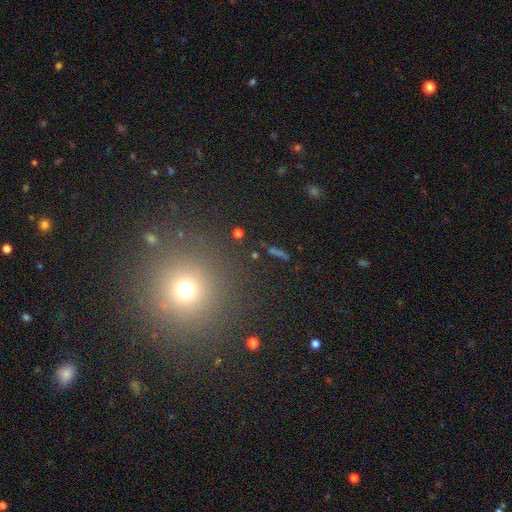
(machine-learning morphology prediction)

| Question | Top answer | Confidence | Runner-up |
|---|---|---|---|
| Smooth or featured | smooth | 58% | star or artifact (35%) |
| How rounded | round | 94% | in between (5%) |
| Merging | none | 91% | minor disturbance (5%) |